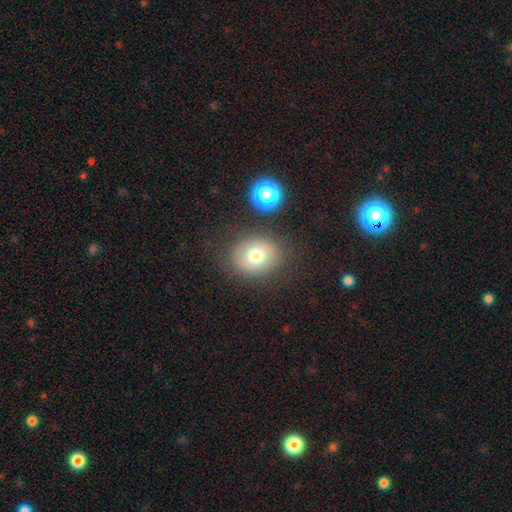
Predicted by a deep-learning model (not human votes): Overall: smooth (73%). How rounded: round (61%; in between 39%). Merging: none (81%).